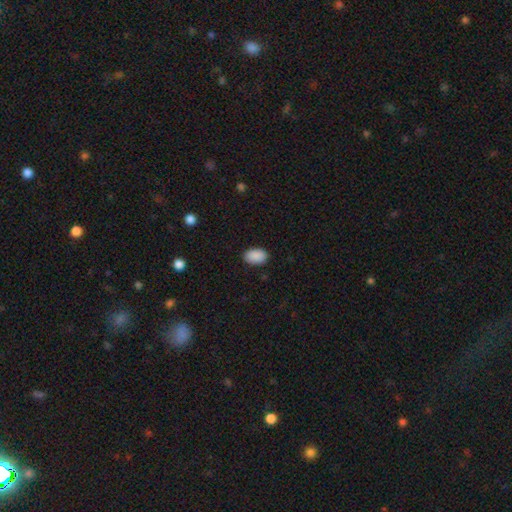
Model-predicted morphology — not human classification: A smooth galaxy with no disk features (90%) that is in between round and cigar-shaped (89%). Merging: none (88%).